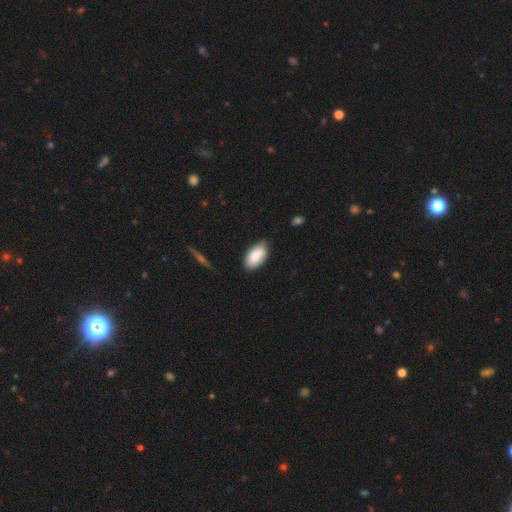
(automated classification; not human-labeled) Q: Smooth or featured?
A: smooth (84%); runner-up: featured or disk (9%)
Q: How rounded?
A: in between (95%); runner-up: round (3%)
Q: Merging?
A: none (77%); runner-up: minor disturbance (18%)